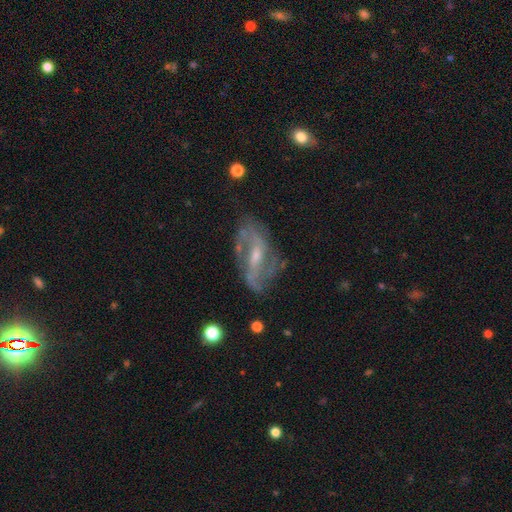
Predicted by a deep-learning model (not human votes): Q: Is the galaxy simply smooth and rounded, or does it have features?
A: featured or disk — 77%.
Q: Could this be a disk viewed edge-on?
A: no — 90%.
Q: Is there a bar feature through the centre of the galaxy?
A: weak — 45%.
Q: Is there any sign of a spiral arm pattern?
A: yes — 88%.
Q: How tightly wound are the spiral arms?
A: medium — 41%.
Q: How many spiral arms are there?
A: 2 — 64%.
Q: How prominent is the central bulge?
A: small — 53%.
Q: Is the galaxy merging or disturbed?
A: none — 70%.